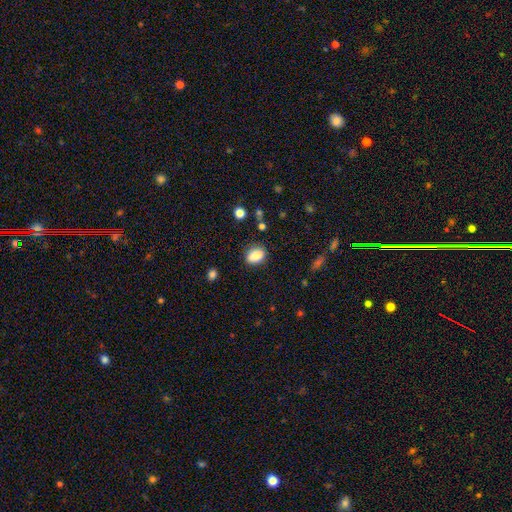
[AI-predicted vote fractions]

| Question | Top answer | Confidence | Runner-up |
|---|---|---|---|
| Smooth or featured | smooth | 85% | star or artifact (8%) |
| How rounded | in between | 78% | round (20%) |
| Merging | none | 82% | minor disturbance (12%) |